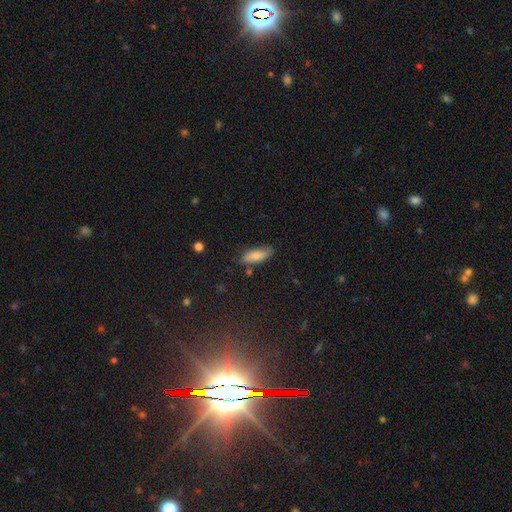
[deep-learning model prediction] A smooth galaxy with no disk features (79%) that is in between round and cigar-shaped (69%). Merging: none (76%).